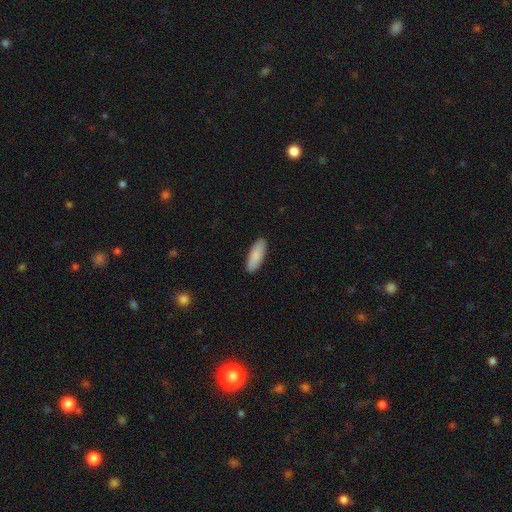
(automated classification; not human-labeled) Morphology: type=smooth (88%); roundness=in between (69%); merging=none (90%).